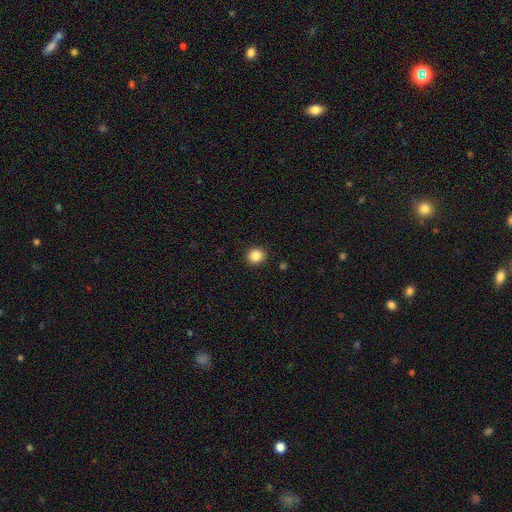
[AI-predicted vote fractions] smooth_or_featured: smooth (p=0.86) [alt: star or artifact p=0.10]
how_rounded: round (p=0.85) [alt: in between p=0.14]
merging: none (p=0.91) [alt: minor disturbance p=0.06]